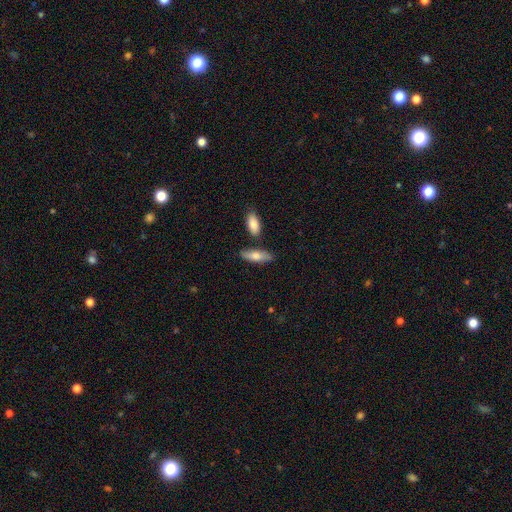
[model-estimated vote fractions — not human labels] Q: Smooth or featured?
A: smooth (71%); runner-up: featured or disk (23%)
Q: How rounded?
A: in between (63%); runner-up: cigar-shaped (34%)
Q: Merging?
A: none (75%); runner-up: minor disturbance (14%)